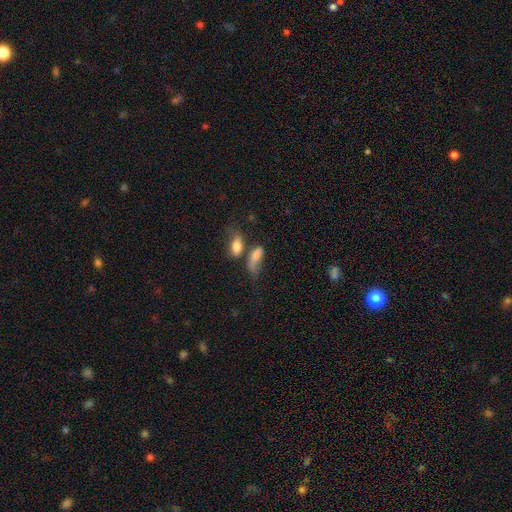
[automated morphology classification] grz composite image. It shows a smooth galaxy with no disk features (76%) that is in between round and cigar-shaped (80%). Merging: merger (37%).